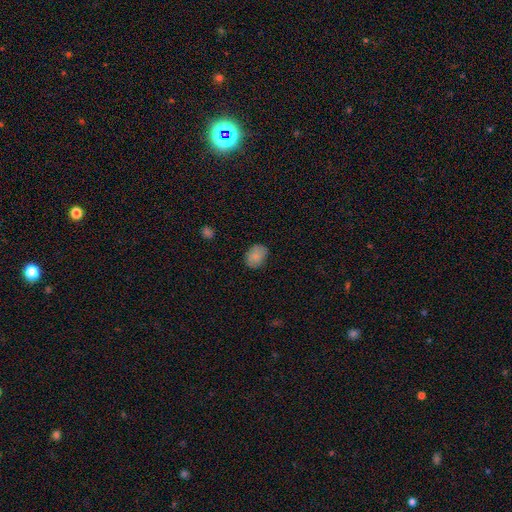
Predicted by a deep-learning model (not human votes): Overall: smooth (86%). How rounded: in between (64%; round 35%). Merging: none (79%).